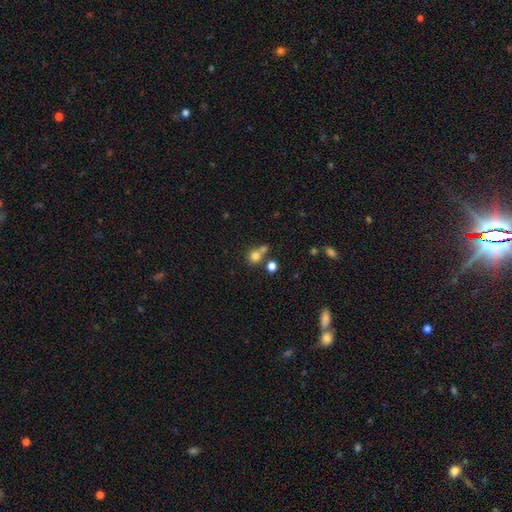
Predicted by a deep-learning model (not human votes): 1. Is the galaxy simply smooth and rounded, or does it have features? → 78% smooth, 14% star or artifact, 8% featured or disk.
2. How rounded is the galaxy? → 84% round, 15% in between, 1% cigar-shaped.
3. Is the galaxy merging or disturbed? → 51% none, 36% merger, 9% minor disturbance, 5% major disturbance.